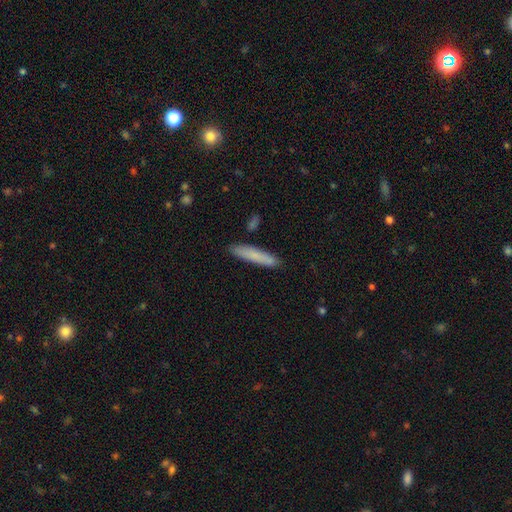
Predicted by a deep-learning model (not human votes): The model was most divided on "smooth or featured": smooth: 77%, featured or disk: 17%, star or artifact: 6%. More confident: how rounded — cigar-shaped (89%); merging — none (86%).